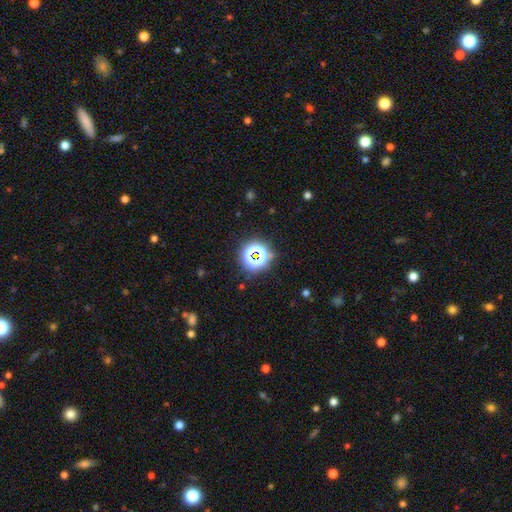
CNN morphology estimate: Smooth or featured?
  - star or artifact: 64% *
  - smooth: 27%
  - featured or disk: 10%